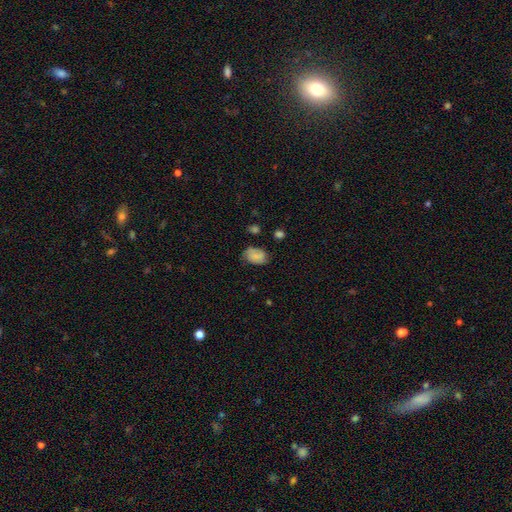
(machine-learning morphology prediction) Overall: smooth (71%). How rounded: in between (77%). Merging: none (63%; minor disturbance 26%).